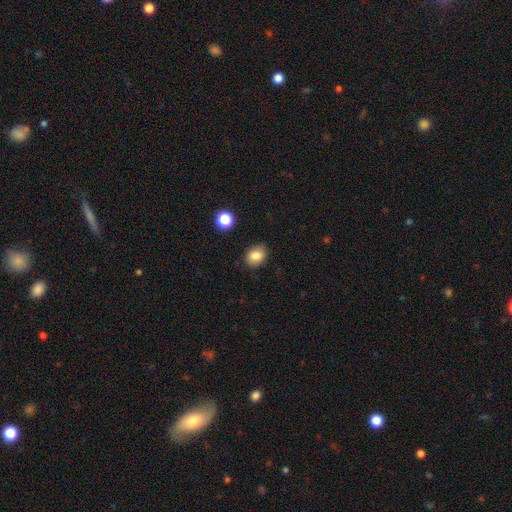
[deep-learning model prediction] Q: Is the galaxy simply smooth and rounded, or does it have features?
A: smooth — 83%.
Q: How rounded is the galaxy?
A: in between — 55%.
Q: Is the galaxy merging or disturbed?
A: none — 83%.